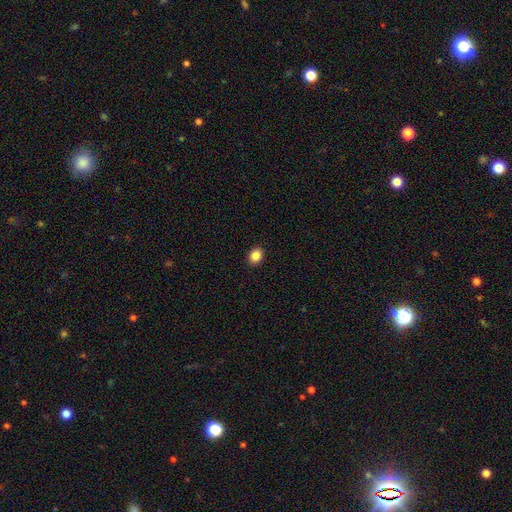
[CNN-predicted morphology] smooth_or_featured: smooth (p=0.87) [alt: star or artifact p=0.09]
how_rounded: round (p=0.52) [alt: in between p=0.48]
merging: none (p=0.92) [alt: minor disturbance p=0.06]